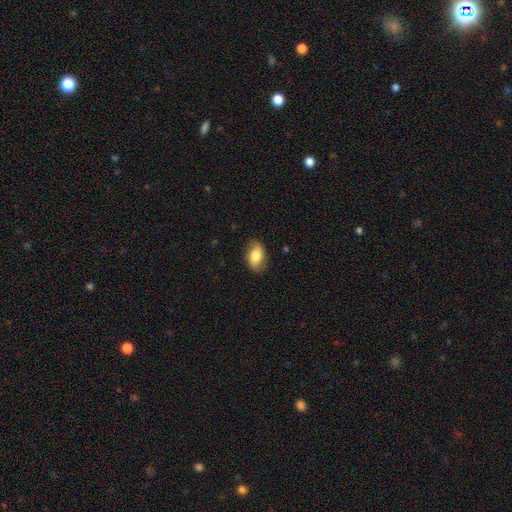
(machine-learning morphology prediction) smooth-or-featured: smooth: 77% | featured or disk: 16% | star or artifact: 7%
  how-rounded: in between: 89% | round: 9% | cigar-shaped: 2%
  merging: none: 82% | minor disturbance: 13% | major disturbance: 3% | merger: 1%